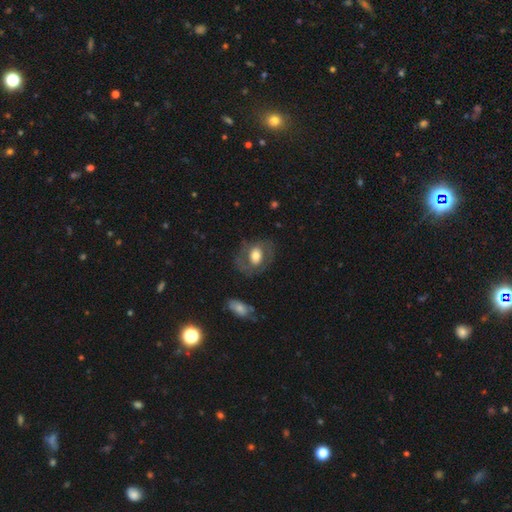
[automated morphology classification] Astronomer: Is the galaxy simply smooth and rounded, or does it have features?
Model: smooth — 51% (runner-up: featured or disk, 42%).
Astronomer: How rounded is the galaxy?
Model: in between — 60% (runner-up: round, 39%).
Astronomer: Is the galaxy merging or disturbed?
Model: none — 72%.